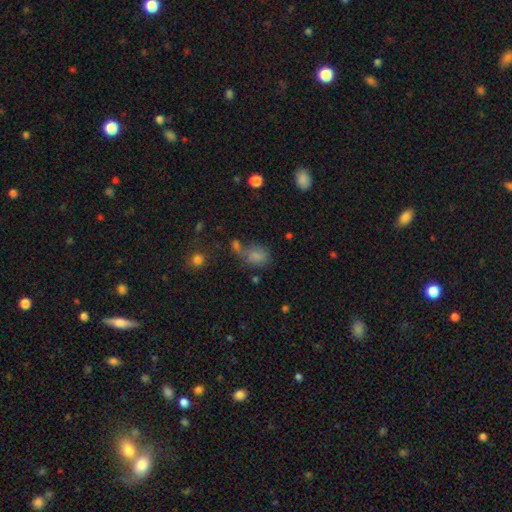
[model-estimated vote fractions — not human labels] Smooth or featured?
  - smooth: 76% *
  - star or artifact: 14%
  - featured or disk: 10%
How rounded?
  - in between: 65% *
  - round: 33%
  - cigar-shaped: 2%
Merging?
  - none: 42% *
  - merger: 26%
  - minor disturbance: 19%
  - major disturbance: 13%